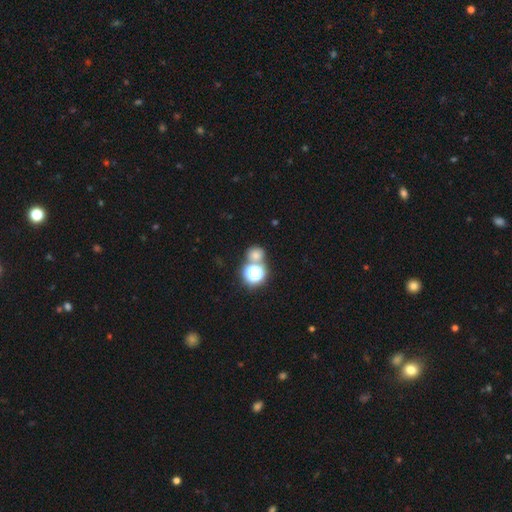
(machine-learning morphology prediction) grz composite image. It shows a smooth galaxy with no disk features (65%) that is round (81%). Merging: none (61%).